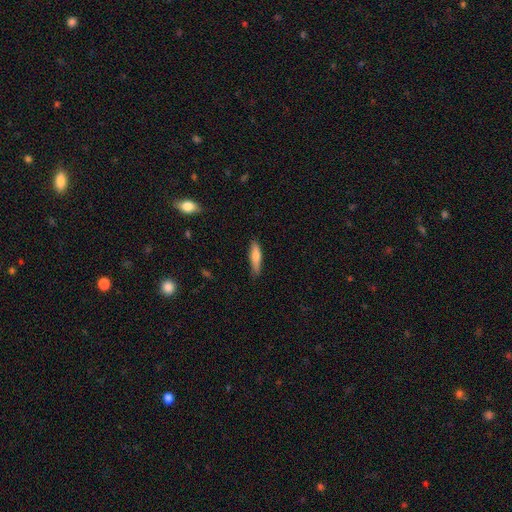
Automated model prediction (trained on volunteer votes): This is likely a smooth galaxy (74%). How rounded: likely cigar-shaped (75%). Merging: clearly none (81%).